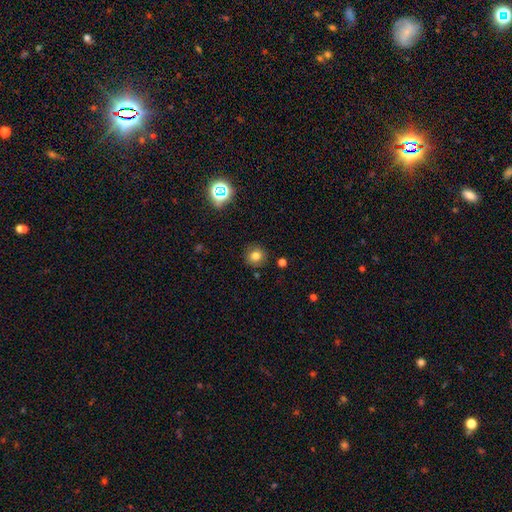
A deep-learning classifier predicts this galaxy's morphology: type=smooth (77%); roundness=round (92%); merging=none (88%).